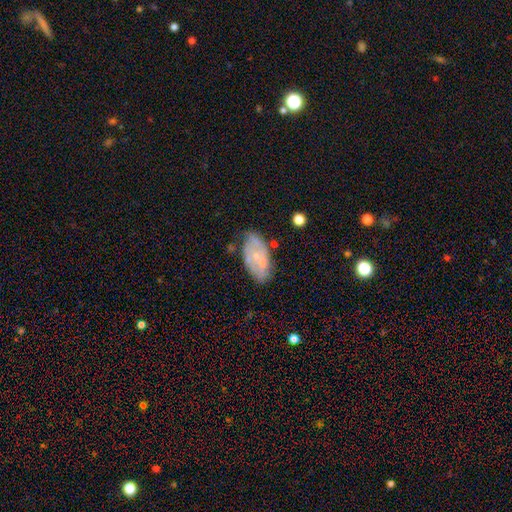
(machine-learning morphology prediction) Smooth or featured?
  - featured or disk: 55% *
  - smooth: 38%
  - star or artifact: 7%
Edge-on disk?
  - no: 93% *
  - yes: 7%
Bar?
  - no: 77% *
  - weak: 19%
  - strong: 4%
Spiral arms?
  - no: 50% * (tied)
  - yes: 50% * (tied)
Bulge size?
  - small: 71% *
  - moderate: 20%
  - none: 6%
  - large: 1%
  - dominant: 1%
Merging?
  - none: 64% *
  - minor disturbance: 25%
  - major disturbance: 7%
  - merger: 4%